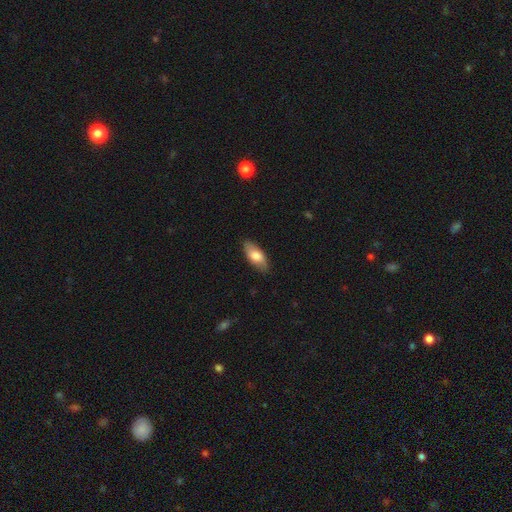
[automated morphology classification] Smooth or featured?
  - smooth: 76% *
  - featured or disk: 18%
  - star or artifact: 6%
How rounded?
  - in between: 85% *
  - cigar-shaped: 12%
  - round: 3%
Merging?
  - none: 84% *
  - minor disturbance: 12%
  - major disturbance: 2%
  - merger: 1%